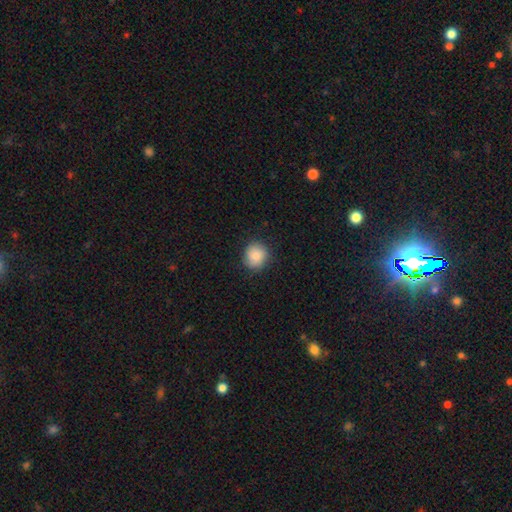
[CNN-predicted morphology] Smooth or featured: smooth — 85% (featured or disk — 7%)
How rounded: round — 85% (in between — 14%)
Merging: none — 84% (minor disturbance — 13%)